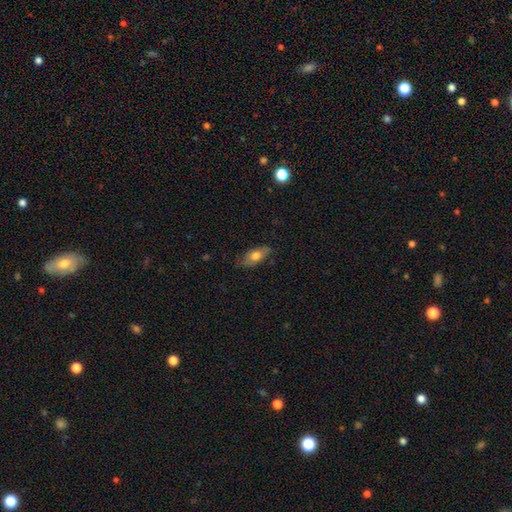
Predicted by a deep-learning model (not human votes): This is likely a smooth galaxy (69%). How rounded: clearly in between (85%). Merging: likely none (72%).